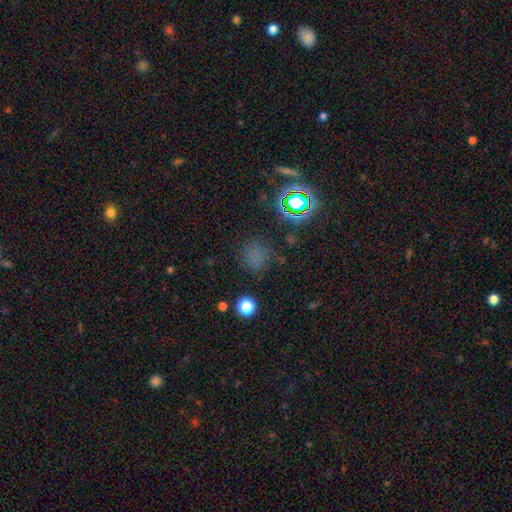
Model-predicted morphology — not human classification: A smooth galaxy with no disk features (57%) that is round (83%).

Vote fractions:
- Smooth or featured? smooth: 57% / star or artifact: 36% / featured or disk: 7%
- How rounded? round: 83% / in between: 15% / cigar-shaped: 1%
- Merging? none: 75% / minor disturbance: 14% / major disturbance: 7% / merger: 3%